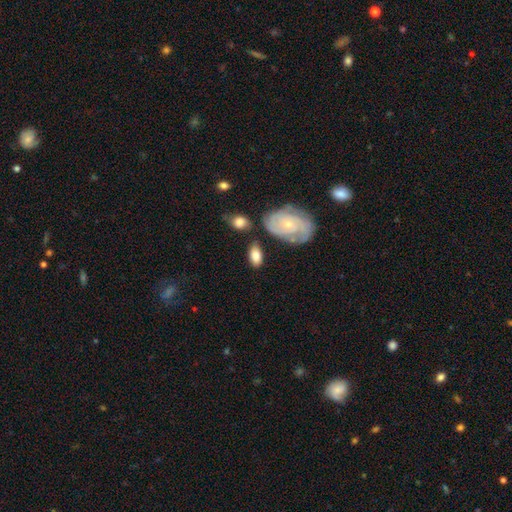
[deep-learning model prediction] Smooth or featured? Predicted: smooth (p=0.68). How rounded? Predicted: in between (p=0.91). Merging? Predicted: none (p=0.65).